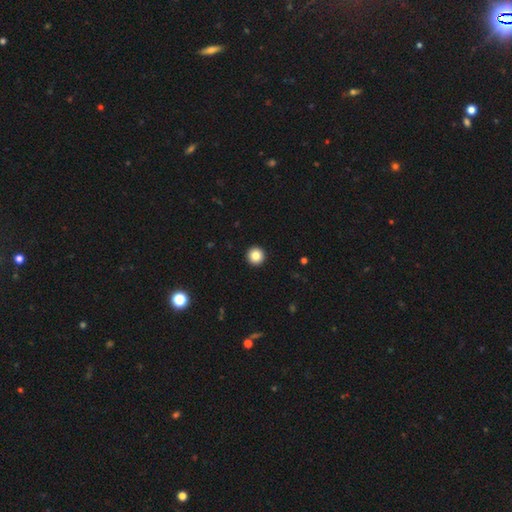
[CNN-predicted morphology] Smooth or featured?
  - smooth: 85% *
  - star or artifact: 10%
  - featured or disk: 5%
How rounded?
  - round: 97% *
  - in between: 2%
  - cigar-shaped: 1%
Merging?
  - none: 94% *
  - minor disturbance: 3%
  - major disturbance: 1%
  - merger: 1%